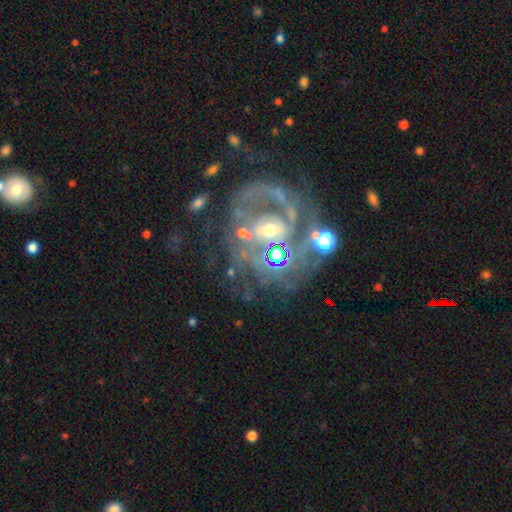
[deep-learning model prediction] smooth-or-featured: featured or disk: 77% | star or artifact: 14% | smooth: 9%
  disk-edge-on: no: 97% | yes: 3%
    bar: no: 50% | weak: 31% | strong: 19%
    has-spiral-arms: yes: 70% | no: 30%
      spiral-winding: tight: 44% | medium: 37% | loose: 19%
      spiral-arm-count: 2: 36% | can't tell: 31% | 1: 13% | 3: 10% | 4: 5% | more than 4: 5%
    bulge-size: small: 51% | moderate: 35% | none: 8% | large: 4% | dominant: 2%
  merging: none: 45% | major disturbance: 26% | minor disturbance: 17% | merger: 13%